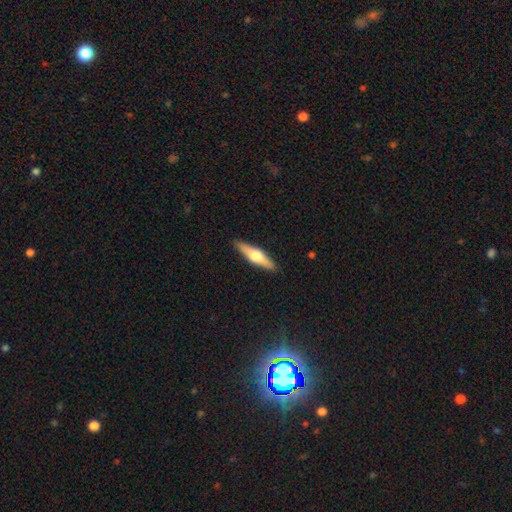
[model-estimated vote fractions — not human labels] smooth_or_featured: featured or disk (p=0.58) [alt: smooth p=0.37]
disk_edge_on: yes (p=0.95) [alt: no p=0.05]
edge_on_bulge: rounded (p=0.94) [alt: boxy p=0.04]
merging: none (p=0.90) [alt: minor disturbance p=0.08]